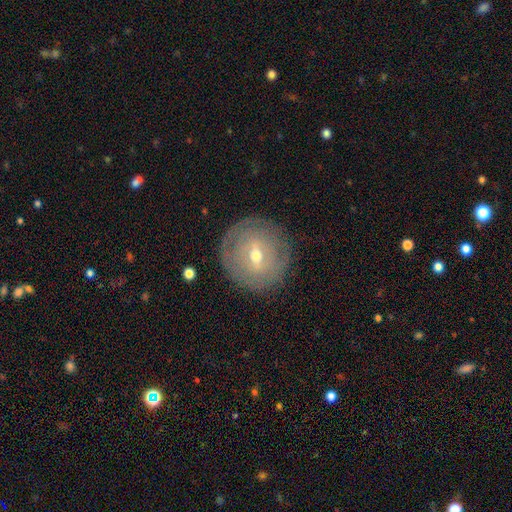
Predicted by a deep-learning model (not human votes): This is likely a featured or disk galaxy (63%). It is clearly not viewed edge-on (91%). Bar: possibly weak (54%). Spiral arm pattern: possibly yes (52%). Central bulge: possibly moderate (53%). Merging: clearly none (84%).